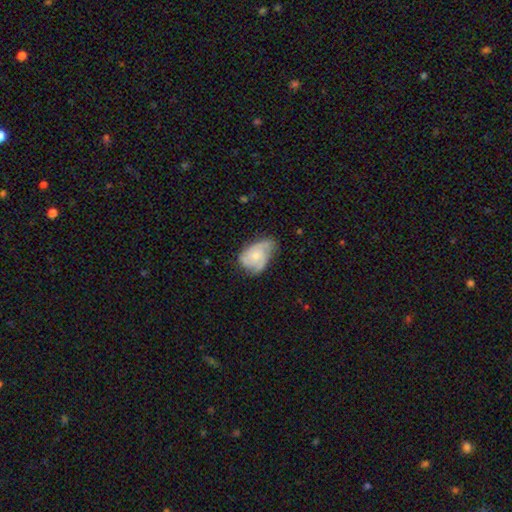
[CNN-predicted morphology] type=featured or disk (62%); edge-on=no (97%); bar=no (79%); spiral arms=yes (88%); winding=medium (43%); arm count=3 (45%); bulge=small (54%); merging=none (47%).